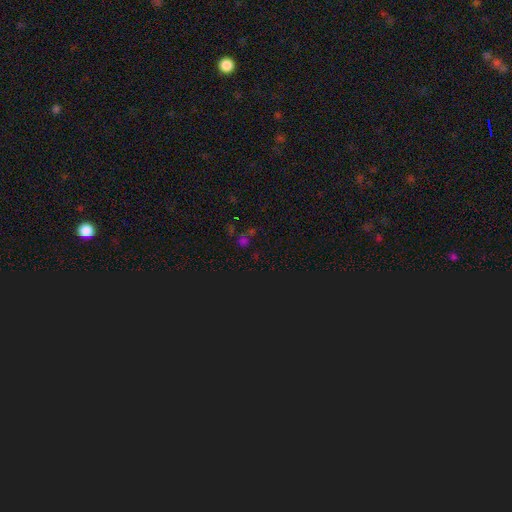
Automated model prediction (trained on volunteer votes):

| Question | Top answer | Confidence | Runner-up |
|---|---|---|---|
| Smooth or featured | star or artifact | 62% | smooth (30%) |